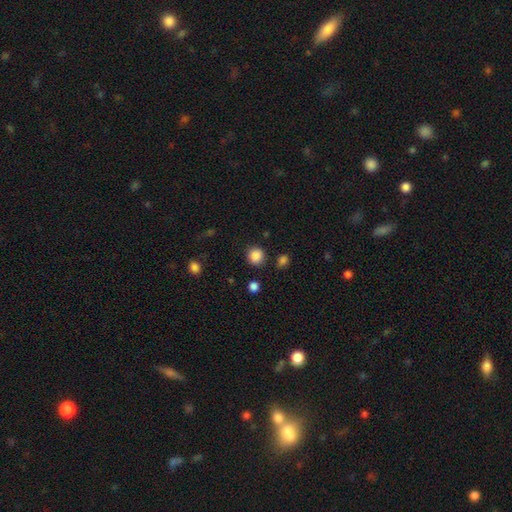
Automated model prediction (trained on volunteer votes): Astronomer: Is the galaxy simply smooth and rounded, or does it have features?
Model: smooth — 87%.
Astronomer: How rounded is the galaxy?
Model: round — 89%.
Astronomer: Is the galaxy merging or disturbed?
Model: none — 86%.